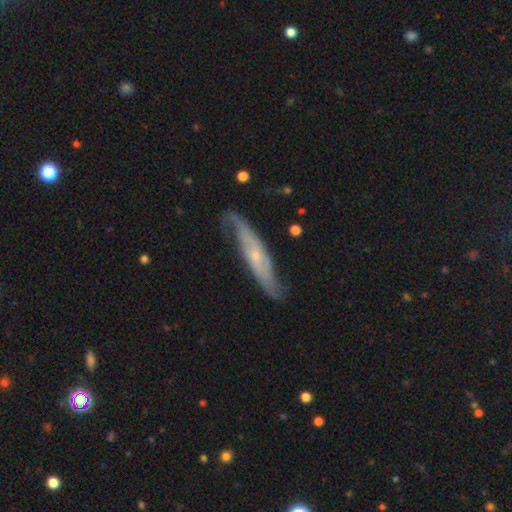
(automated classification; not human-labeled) smooth_or_featured: featured or disk (p=0.73) [alt: smooth p=0.21]
disk_edge_on: no (p=0.59) [alt: yes p=0.41]
merging: none (p=0.69) [alt: minor disturbance p=0.22]